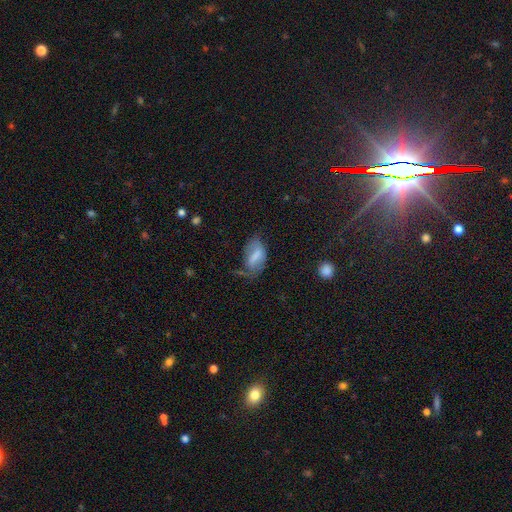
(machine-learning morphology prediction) Smooth or featured: smooth — 60% (featured or disk — 31%)
How rounded: in between — 88% (cigar-shaped — 7%)
Merging: none — 36% (minor disturbance — 33%)